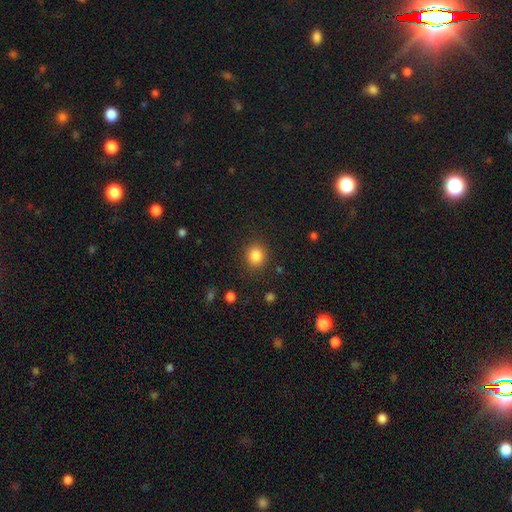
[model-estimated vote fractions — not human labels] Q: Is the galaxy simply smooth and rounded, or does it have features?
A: smooth — 85%.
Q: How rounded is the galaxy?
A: round — 79%.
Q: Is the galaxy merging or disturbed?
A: none — 87%.